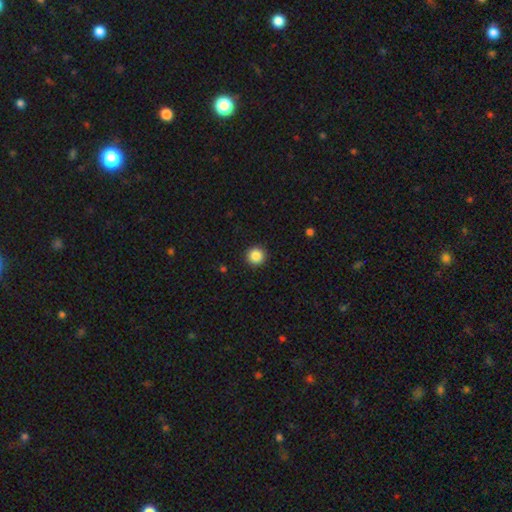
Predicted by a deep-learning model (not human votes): This is clearly a smooth galaxy (87%). How rounded: clearly round (96%). Merging: clearly none (92%).